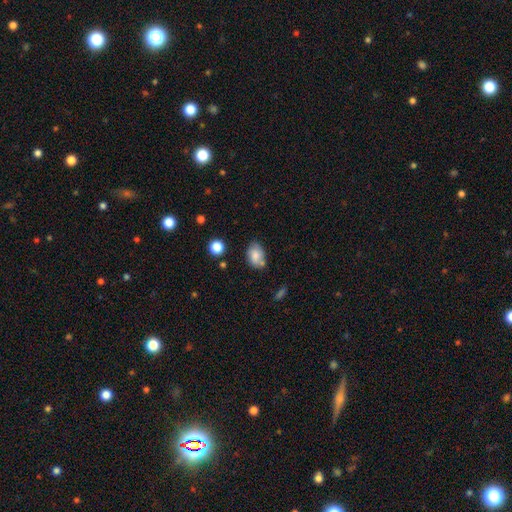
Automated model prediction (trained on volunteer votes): The model was most divided on "merging": none: 60%, minor disturbance: 23%, merger: 12%, major disturbance: 5%. More confident: how rounded — in between (81%); smooth or featured — smooth (76%).